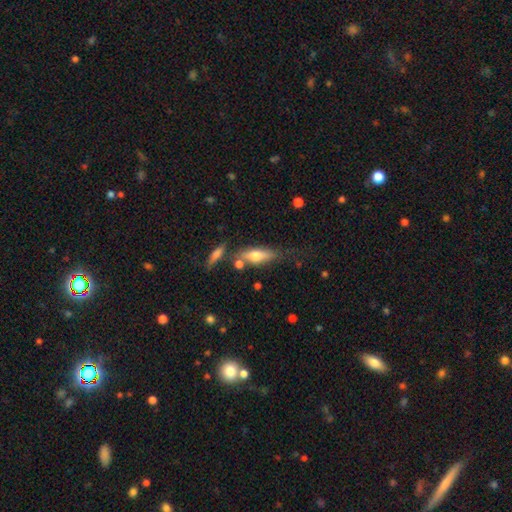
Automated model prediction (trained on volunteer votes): Smooth or featured? smooth (59%)
How rounded? in between (52%)
Merging? none (58%)